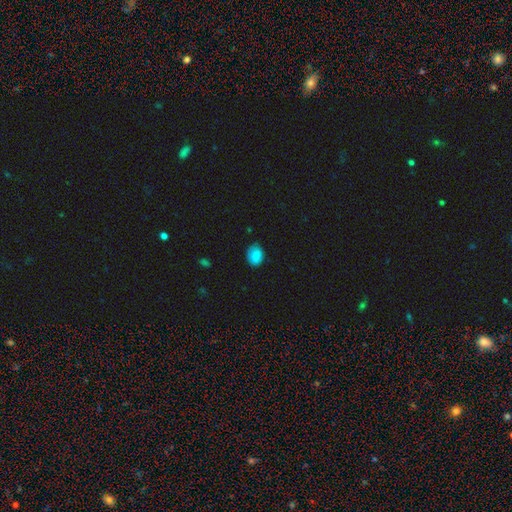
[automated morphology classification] This is clearly a smooth galaxy (86%). How rounded: likely in between (63%). Merging: likely none (72%).